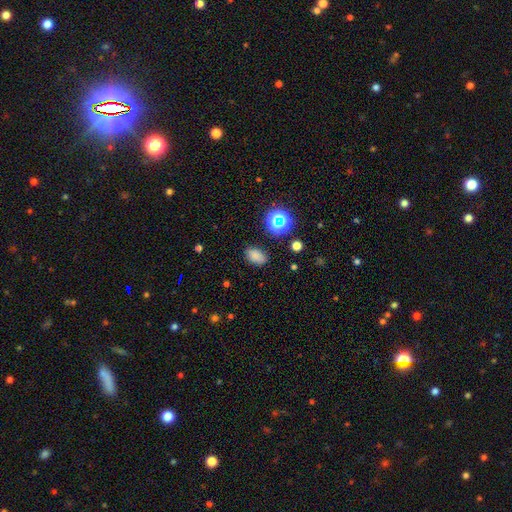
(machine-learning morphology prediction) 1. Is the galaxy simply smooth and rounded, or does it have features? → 78% smooth, 17% star or artifact, 5% featured or disk.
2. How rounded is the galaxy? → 85% in between, 13% round, 1% cigar-shaped.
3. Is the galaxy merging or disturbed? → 83% none, 12% minor disturbance, 3% major disturbance, 2% merger.